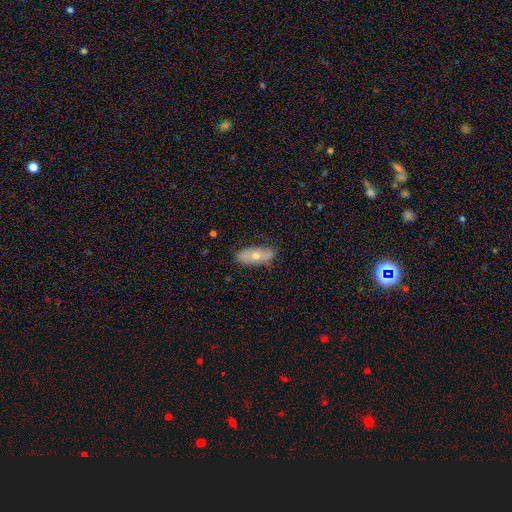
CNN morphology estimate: This is likely a smooth galaxy (61%). How rounded: clearly in between (81%). Merging: clearly none (82%).